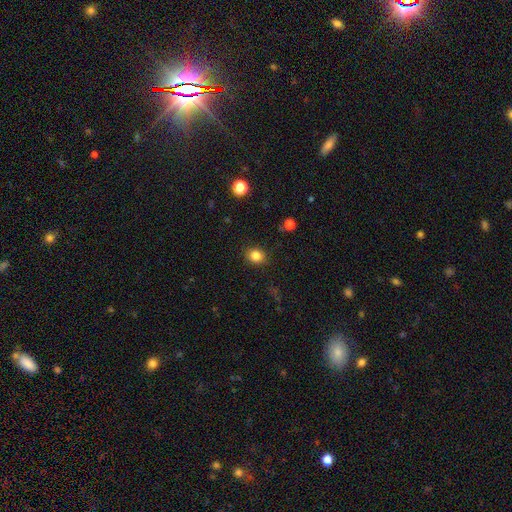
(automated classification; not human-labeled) A smooth galaxy with no disk features (83%) that is round (67%).

Vote fractions:
- Smooth or featured? smooth: 83% / star or artifact: 11% / featured or disk: 5%
- How rounded? round: 67% / in between: 32% / cigar-shaped: 1%
- Merging? none: 88% / minor disturbance: 8% / major disturbance: 2% / merger: 1%